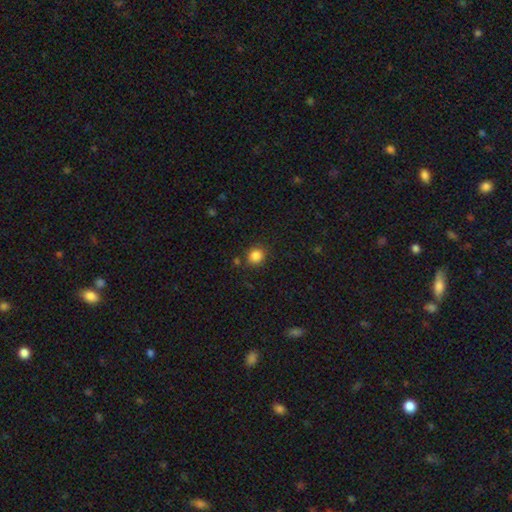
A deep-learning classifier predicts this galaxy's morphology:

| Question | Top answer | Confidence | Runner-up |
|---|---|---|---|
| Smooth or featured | smooth | 85% | star or artifact (11%) |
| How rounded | round | 86% | in between (13%) |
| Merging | none | 83% | minor disturbance (10%) |